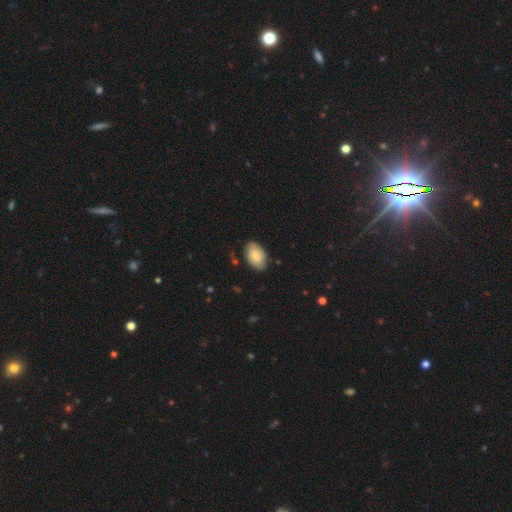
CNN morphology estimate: type=smooth (78%); roundness=in between (91%); merging=none (76%).